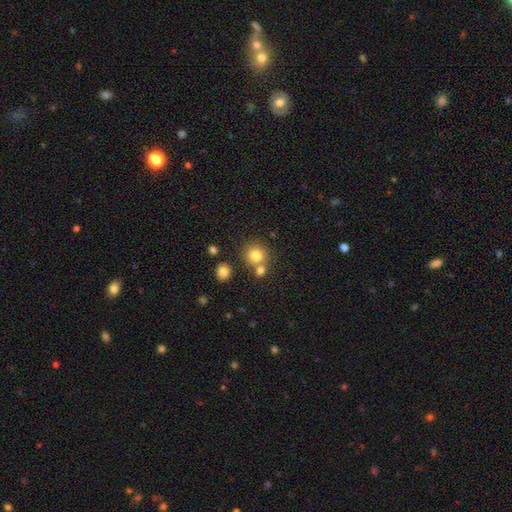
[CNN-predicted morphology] This appears to be a smooth galaxy with no disk features (80%) that is round (89%). Merging: none (64%).